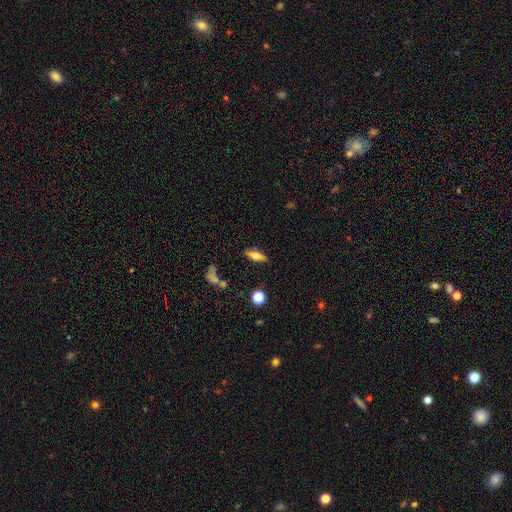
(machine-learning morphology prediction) This is possibly a smooth galaxy (56%). How rounded: likely in between (60%). Merging: clearly none (82%).